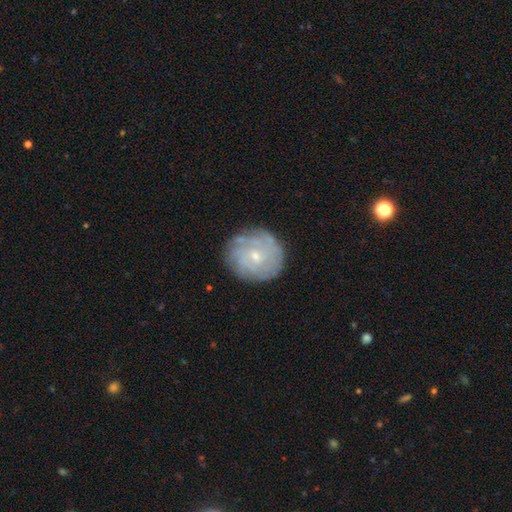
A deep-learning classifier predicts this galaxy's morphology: smooth_or_featured: featured or disk (p=0.67) [alt: smooth p=0.25]
disk_edge_on: no (p=0.97) [alt: yes p=0.03]
bar: no (p=0.74) [alt: weak p=0.22]
has_spiral_arms: yes (p=0.85) [alt: no p=0.15]
spiral_winding: tight (p=0.72) [alt: medium p=0.21]
spiral_arm_count: can't tell (p=0.51) [alt: 4 p=0.14]
bulge_size: small (p=0.65) [alt: moderate p=0.31]
merging: none (p=0.80) [alt: minor disturbance p=0.15]